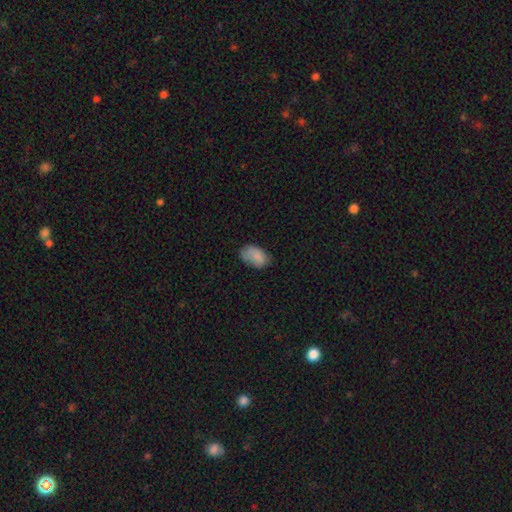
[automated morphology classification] Smooth or featured?
  - smooth: 83% *
  - featured or disk: 9%
  - star or artifact: 8%
How rounded?
  - in between: 90% *
  - round: 9%
  - cigar-shaped: 1%
Merging?
  - none: 62% *
  - minor disturbance: 28%
  - major disturbance: 8%
  - merger: 2%